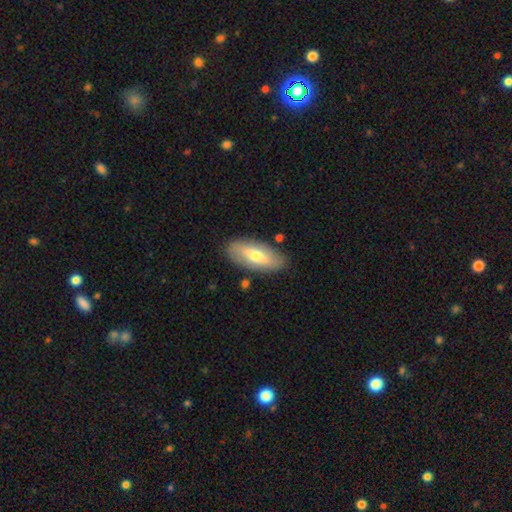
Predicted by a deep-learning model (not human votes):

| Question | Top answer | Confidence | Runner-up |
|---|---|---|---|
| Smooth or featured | smooth | 57% | featured or disk (38%) |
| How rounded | in between | 80% | cigar-shaped (17%) |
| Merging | none | 84% | minor disturbance (11%) |